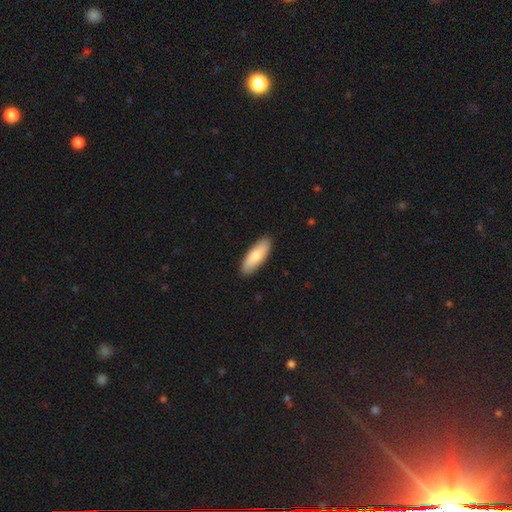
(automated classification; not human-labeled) Smooth or featured: smooth — 79% (featured or disk — 16%)
How rounded: in between — 65% (cigar-shaped — 34%)
Merging: none — 89% (minor disturbance — 8%)